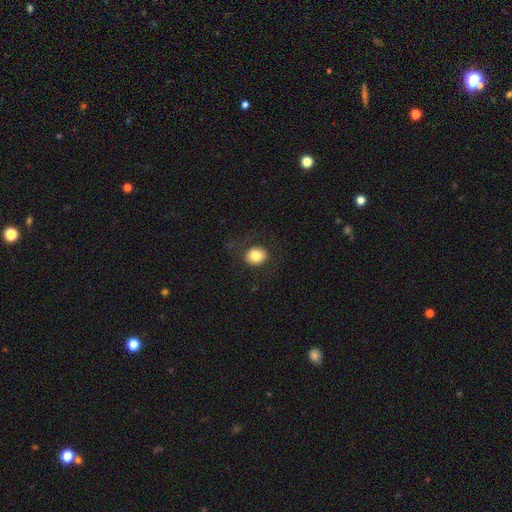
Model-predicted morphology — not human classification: A smooth galaxy with no disk features (80%) that is round (74%). Merging: none (82%).